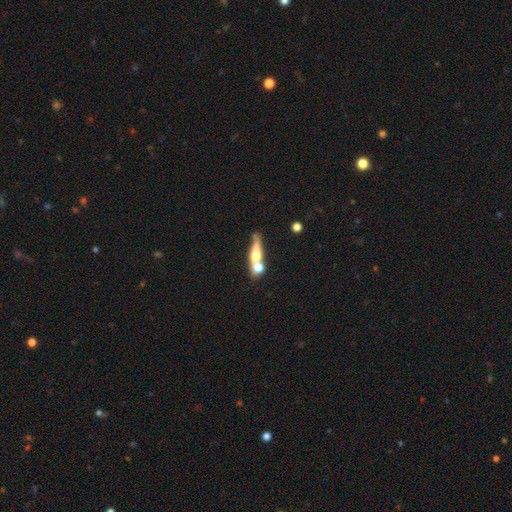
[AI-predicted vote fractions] Overall: smooth (48%; featured or disk 44%). Merging: merger (40%; none 39%).